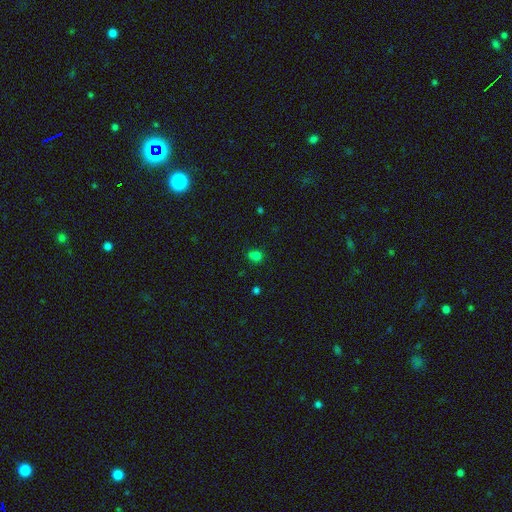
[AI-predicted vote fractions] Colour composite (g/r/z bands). It shows a smooth galaxy with no disk features (72%) that is round (58%). Merging: none (66%).